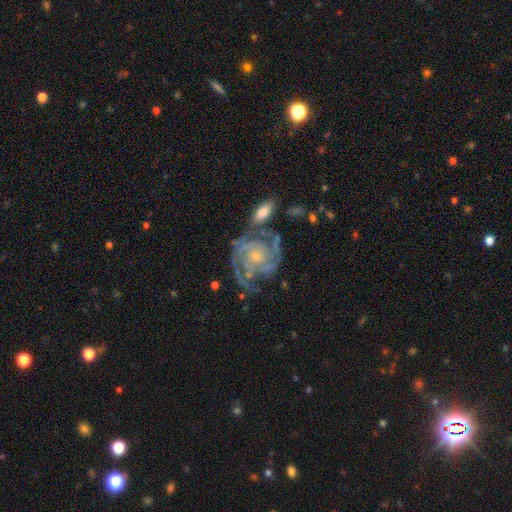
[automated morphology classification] type=featured or disk (89%); edge-on=no (97%); bar=no (76%); spiral arms=yes (97%); winding=tight (66%); arm count=2 (34%); bulge=small (73%); merging=none (56%).